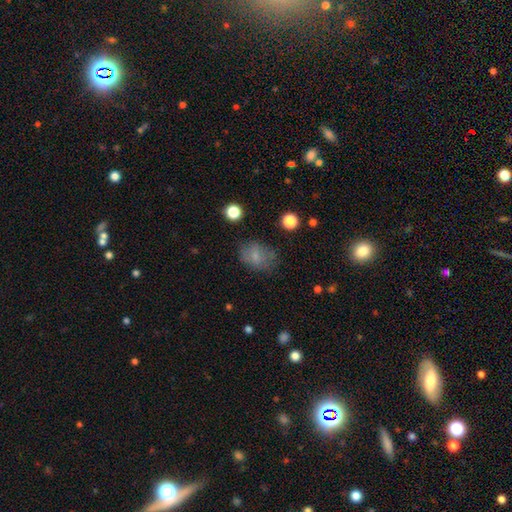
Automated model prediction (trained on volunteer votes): Smooth or featured? Predicted: smooth (p=0.71). How rounded? Predicted: in between (p=0.68). Merging? Predicted: none (p=0.63).